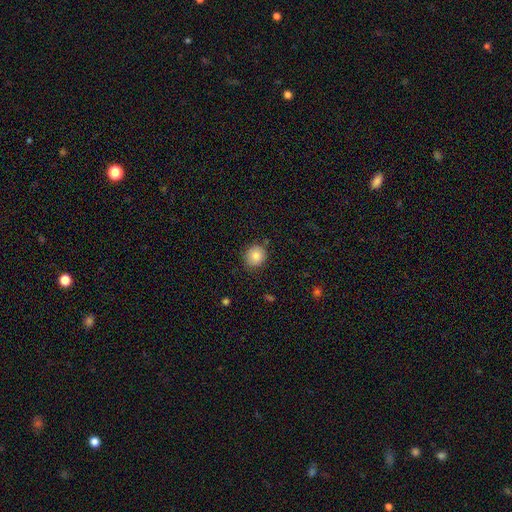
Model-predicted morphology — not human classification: smooth 84%, star or artifact 9%, featured or disk 6%. Down the decision tree: how rounded — round (80%); merging — none (83%).